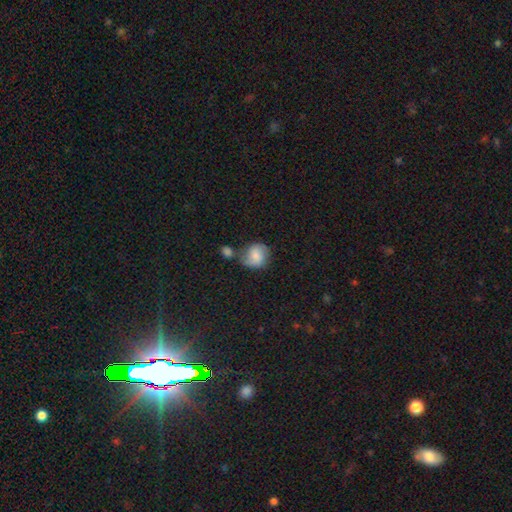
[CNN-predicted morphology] Q: Smooth or featured?
A: smooth (62%); runner-up: featured or disk (29%)
Q: How rounded?
A: round (71%); runner-up: in between (28%)
Q: Merging?
A: none (44%); runner-up: merger (25%)